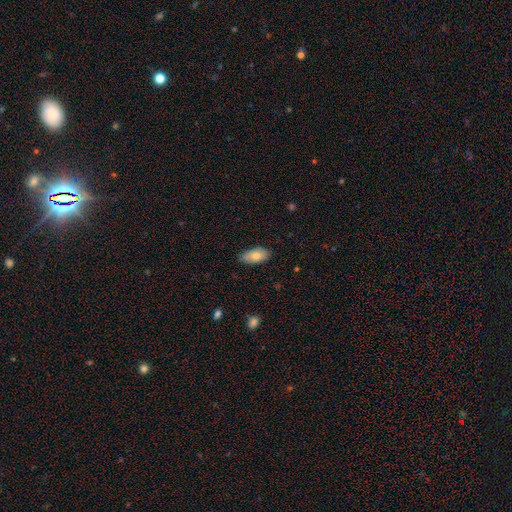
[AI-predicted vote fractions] Smooth or featured?
  - smooth: 75% *
  - featured or disk: 18%
  - star or artifact: 7%
How rounded?
  - in between: 92% *
  - cigar-shaped: 5%
  - round: 3%
Merging?
  - none: 81% *
  - minor disturbance: 16%
  - major disturbance: 2%
  - merger: 1%